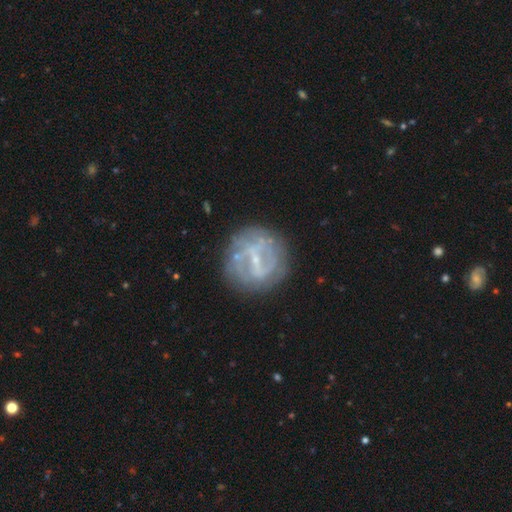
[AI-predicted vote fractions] The model was most divided on "spiral arms" (2-way tie): no: 50%, yes: 50%. Remaining: edge-on disk — no (95%); merging — none (79%); smooth or featured — featured or disk (67%); bulge size — small (62%); bar — strong (44%).